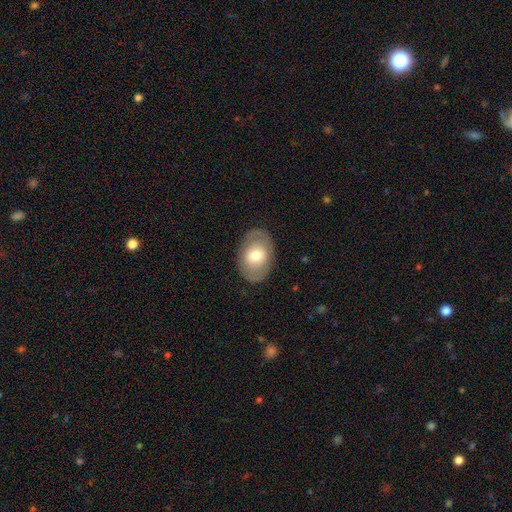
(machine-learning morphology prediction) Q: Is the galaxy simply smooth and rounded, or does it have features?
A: smooth — 59%.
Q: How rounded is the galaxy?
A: in between — 81%.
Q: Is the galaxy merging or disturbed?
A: none — 84%.